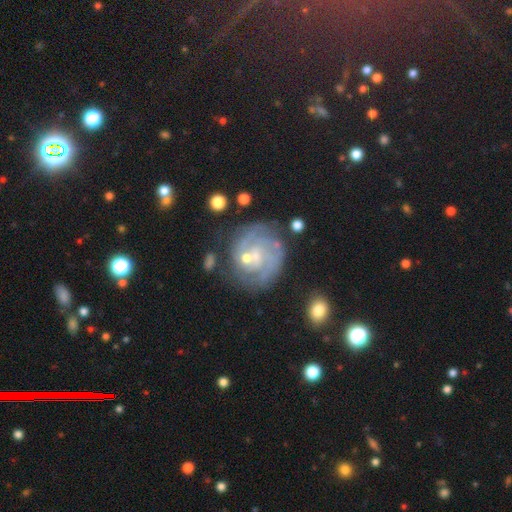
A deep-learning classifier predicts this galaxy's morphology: Q: Smooth or featured?
A: featured or disk (78%); runner-up: smooth (14%)
Q: Edge-on disk?
A: no (98%); runner-up: yes (2%)
Q: Bar?
A: no (64%); runner-up: weak (31%)
Q: Spiral arms?
A: yes (88%); runner-up: no (12%)
Q: Spiral winding?
A: tight (58%); runner-up: medium (31%)
Q: Spiral arm count?
A: can't tell (36%); runner-up: 2 (26%)
Q: Bulge size?
A: small (61%); runner-up: moderate (25%)
Q: Merging?
A: none (61%); runner-up: minor disturbance (18%)